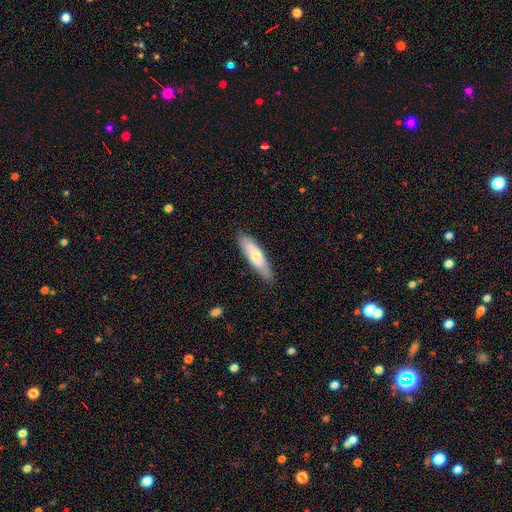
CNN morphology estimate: Smooth or featured? smooth (64%)
How rounded? cigar-shaped (61%)
Merging? none (85%)